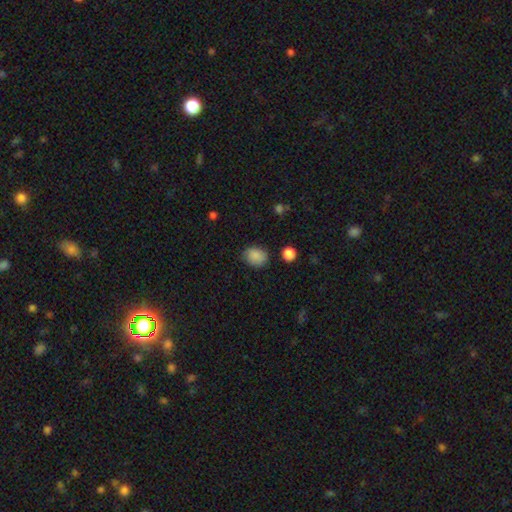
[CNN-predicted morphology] smooth_or_featured: smooth (p=0.87) [alt: star or artifact p=0.09]
how_rounded: round (p=0.50) [alt: in between p=0.49]
merging: none (p=0.78) [alt: minor disturbance p=0.16]